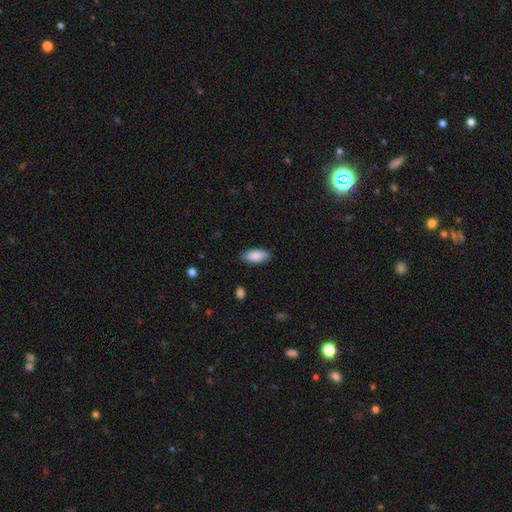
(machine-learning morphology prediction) smooth 87%, featured or disk 7%, star or artifact 6%. Down the decision tree: how rounded — in between (87%); merging — none (87%).